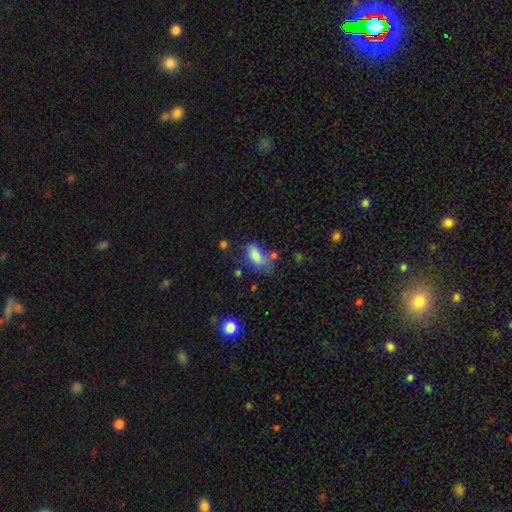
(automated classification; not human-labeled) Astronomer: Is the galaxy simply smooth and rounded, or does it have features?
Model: smooth — 78%.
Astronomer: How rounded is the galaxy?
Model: in between — 90%.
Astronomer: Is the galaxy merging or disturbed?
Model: none — 47% (runner-up: minor disturbance, 27%).